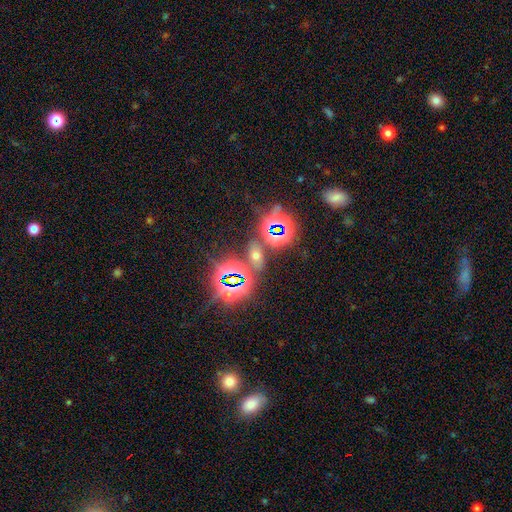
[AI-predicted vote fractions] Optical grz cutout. It shows a star or artifact, not a galaxy (58%).